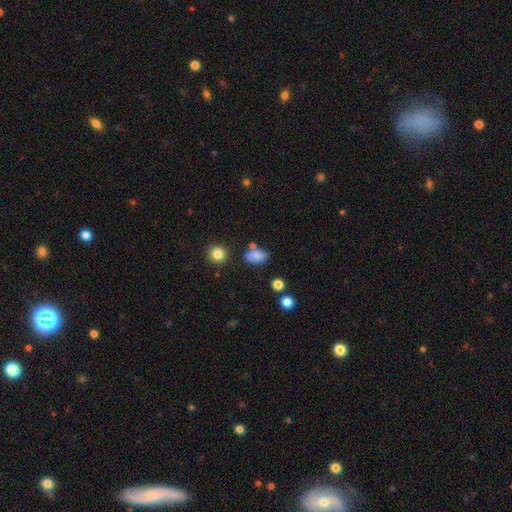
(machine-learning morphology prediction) smooth 74%, featured or disk 15%, star or artifact 11%. Down the decision tree: how rounded — in between (86%); merging — none (60%).